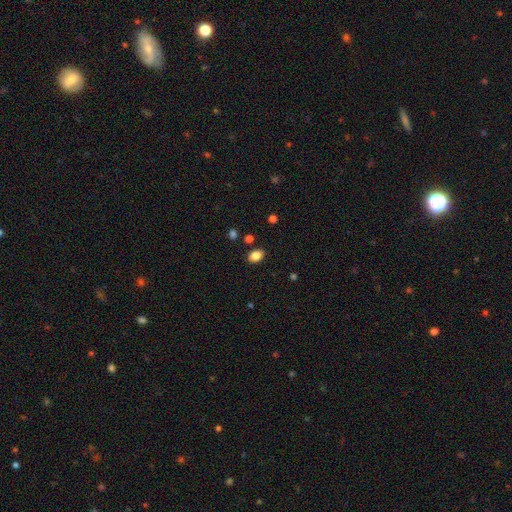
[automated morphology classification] Smooth or featured: smooth — 85% (star or artifact — 10%)
How rounded: in between — 81% (round — 18%)
Merging: none — 86% (minor disturbance — 9%)